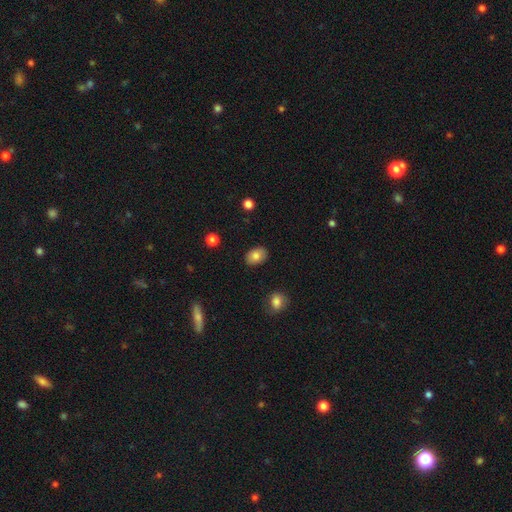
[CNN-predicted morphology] This is clearly a smooth galaxy (81%). How rounded: clearly in between (84%). Merging: clearly none (87%).